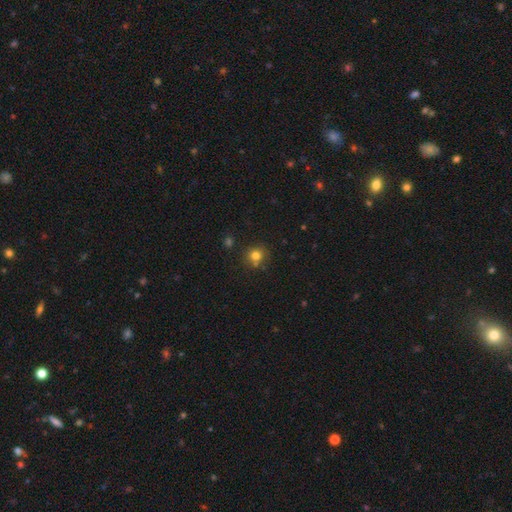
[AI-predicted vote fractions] smooth_or_featured: smooth (p=0.78) [alt: star or artifact p=0.14]
how_rounded: round (p=0.87) [alt: in between p=0.12]
merging: none (p=0.73) [alt: minor disturbance p=0.12]